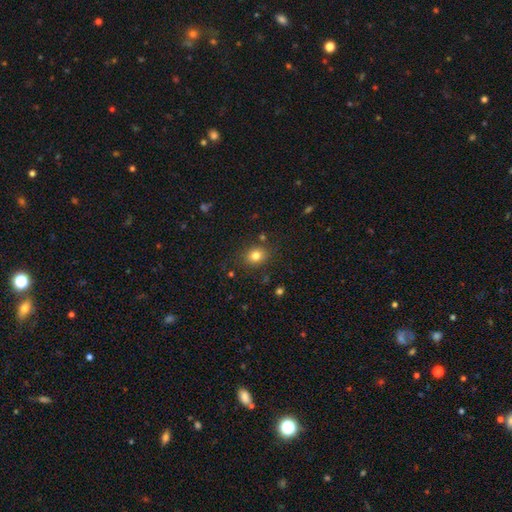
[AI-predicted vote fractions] Overall: smooth (80%). How rounded: round (59%; in between 40%). Merging: none (83%).